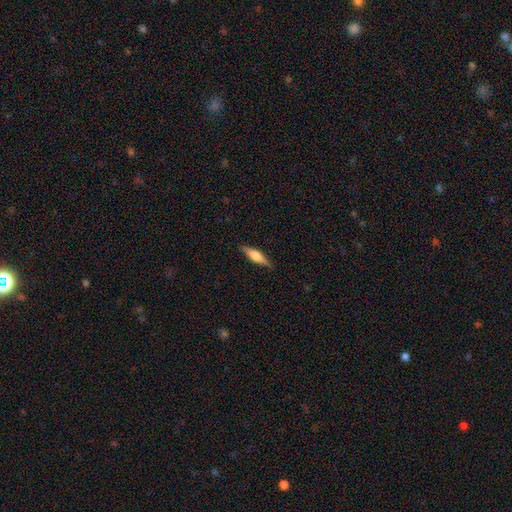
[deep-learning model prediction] Overall: smooth (51%; featured or disk 43%). How rounded: cigar-shaped (70%). Merging: none (87%).